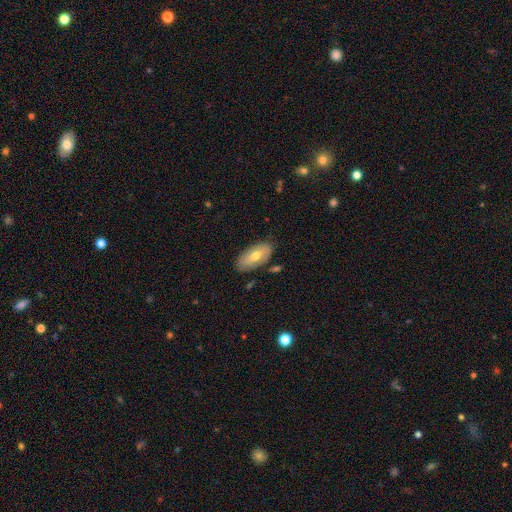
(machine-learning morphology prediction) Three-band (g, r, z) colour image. It shows a smooth galaxy with no disk features (55%) that is in between round and cigar-shaped (90%). Merging: none (78%).